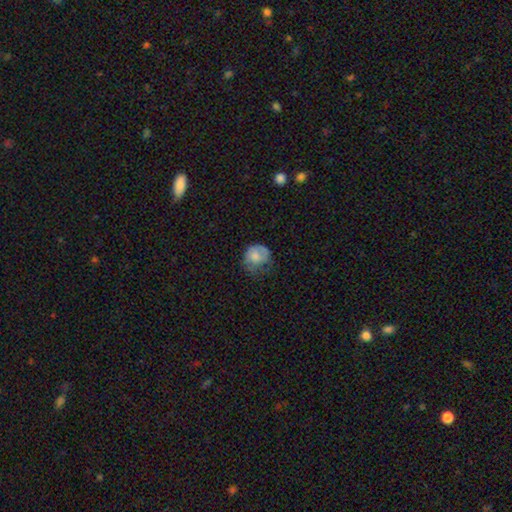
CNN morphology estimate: smooth_or_featured: smooth (p=0.68) [alt: featured or disk p=0.24]
how_rounded: round (p=0.71) [alt: in between p=0.28]
merging: none (p=0.39) [alt: minor disturbance p=0.33]